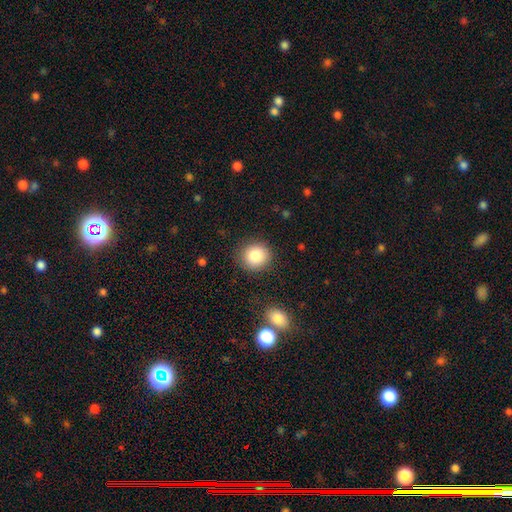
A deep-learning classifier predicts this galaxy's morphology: Q: Smooth or featured?
A: smooth (85%); runner-up: star or artifact (9%)
Q: How rounded?
A: round (87%); runner-up: in between (12%)
Q: Merging?
A: none (88%); runner-up: minor disturbance (7%)